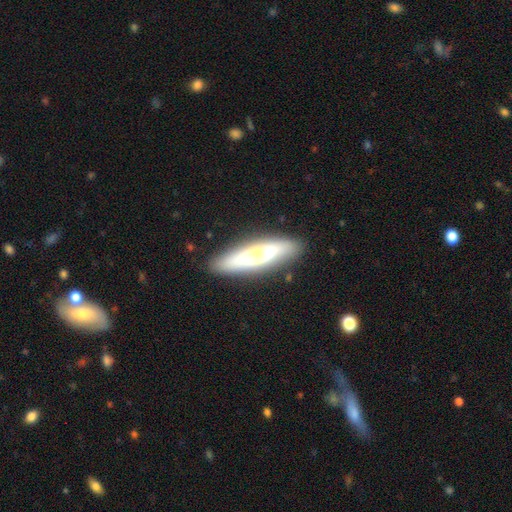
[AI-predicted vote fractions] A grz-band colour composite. It shows a smooth galaxy with no disk features (63%) that is cigar-shaped (81%). Merging: none (85%).